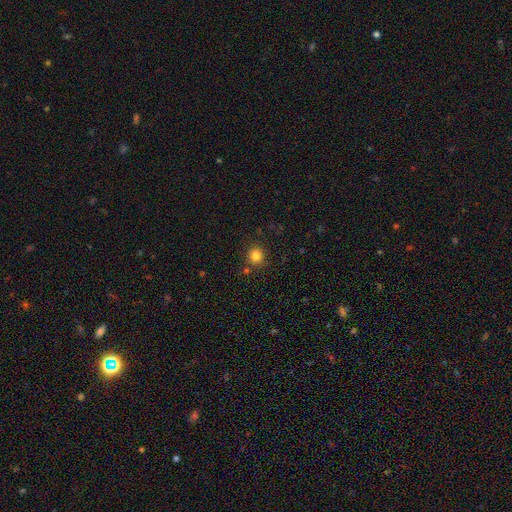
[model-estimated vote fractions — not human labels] smooth 83%, star or artifact 13%, featured or disk 5%. Down the decision tree: how rounded — round (93%); merging — none (86%).